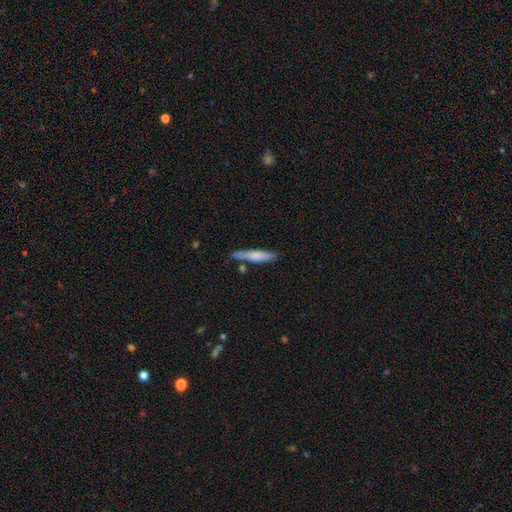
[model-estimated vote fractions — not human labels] This appears to be a smooth galaxy with no disk features (67%) that is cigar-shaped (89%). Merging: none (75%).